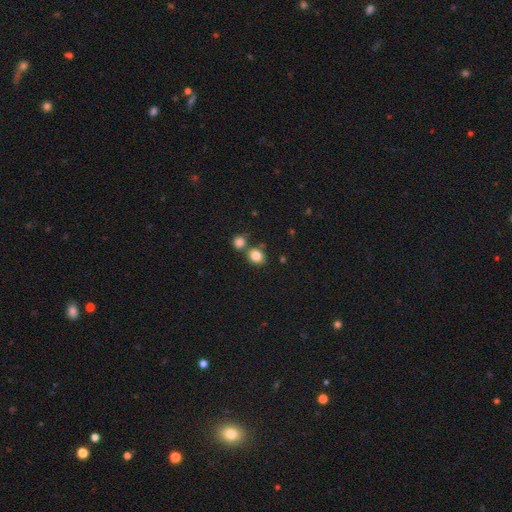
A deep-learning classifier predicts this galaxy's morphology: This is clearly a smooth galaxy (83%). How rounded: likely round (64%). Merging: likely none (62%).